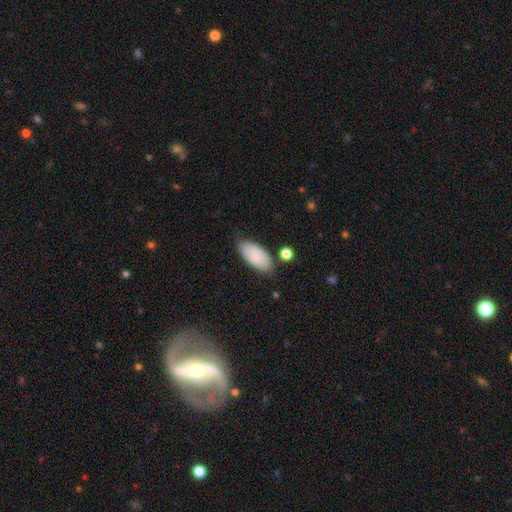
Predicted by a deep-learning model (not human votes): Overall: smooth (83%). How rounded: in between (92%). Merging: none (75%).